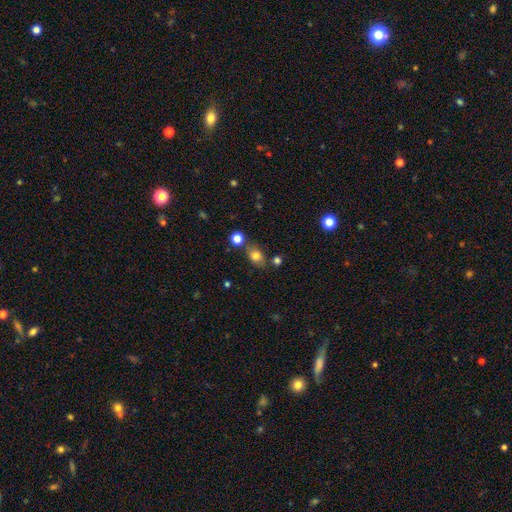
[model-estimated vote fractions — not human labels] smooth-or-featured: smooth: 78% | star or artifact: 12% | featured or disk: 10%
  how-rounded: in between: 59% | round: 39% | cigar-shaped: 2%
  merging: none: 68% | minor disturbance: 15% | merger: 11% | major disturbance: 5%